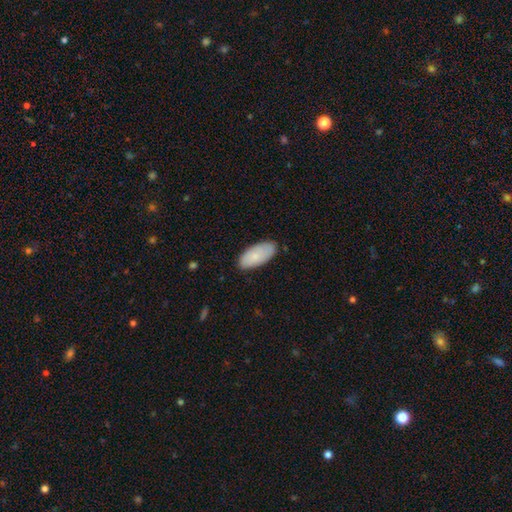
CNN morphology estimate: Smooth or featured?
  - smooth: 83% *
  - featured or disk: 11%
  - star or artifact: 6%
How rounded?
  - in between: 91% *
  - cigar-shaped: 7%
  - round: 2%
Merging?
  - none: 81% *
  - minor disturbance: 15%
  - major disturbance: 2%
  - merger: 1%